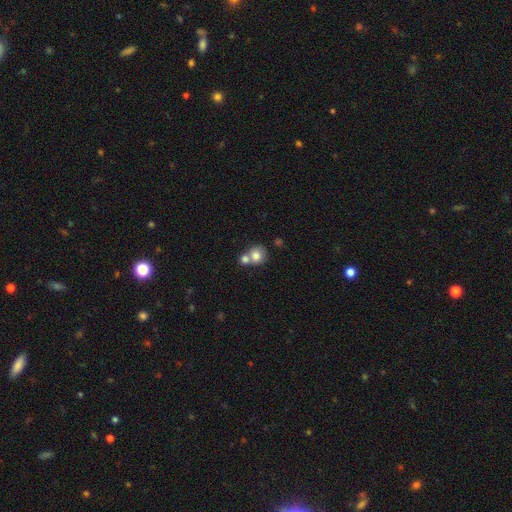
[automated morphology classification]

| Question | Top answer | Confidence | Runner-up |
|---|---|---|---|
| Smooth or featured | smooth | 77% | featured or disk (14%) |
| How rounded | round | 82% | in between (17%) |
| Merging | merger | 52% | none (37%) |